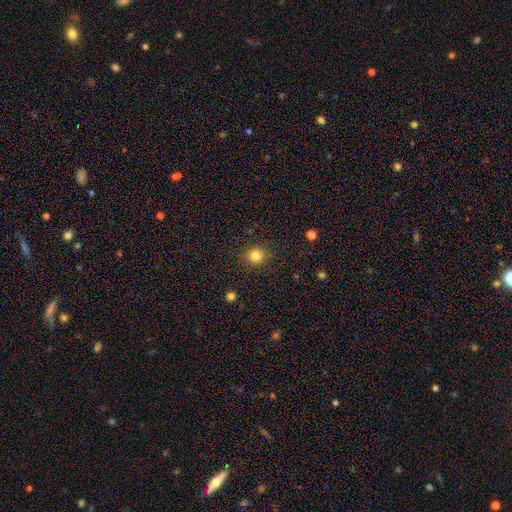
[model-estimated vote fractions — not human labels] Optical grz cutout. It shows a smooth galaxy with no disk features (83%) that is round (86%). Merging: none (89%).